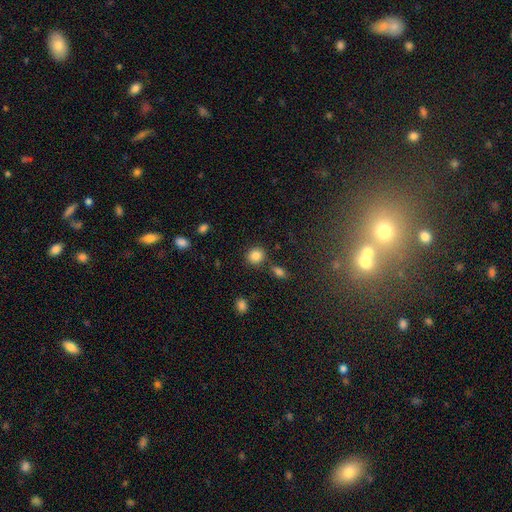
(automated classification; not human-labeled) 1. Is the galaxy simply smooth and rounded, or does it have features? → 85% smooth, 10% star or artifact, 5% featured or disk.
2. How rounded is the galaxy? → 85% round, 14% in between, 1% cigar-shaped.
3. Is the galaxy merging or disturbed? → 80% none, 9% minor disturbance, 8% merger, 3% major disturbance.